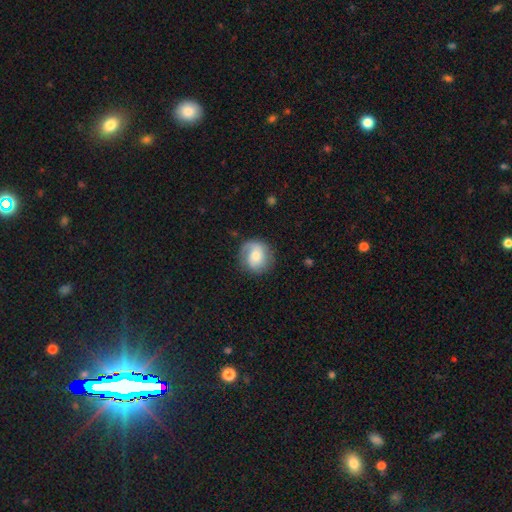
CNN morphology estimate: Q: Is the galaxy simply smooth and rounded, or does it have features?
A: featured or disk — 50%.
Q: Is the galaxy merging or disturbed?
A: none — 76%.